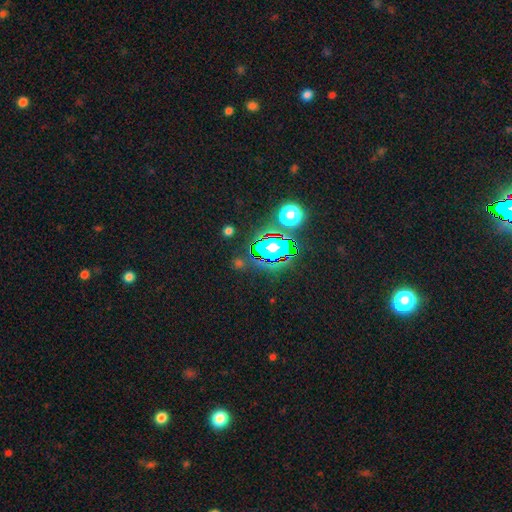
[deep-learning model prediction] This is likely a star or artifact rather than a galaxy (80%).